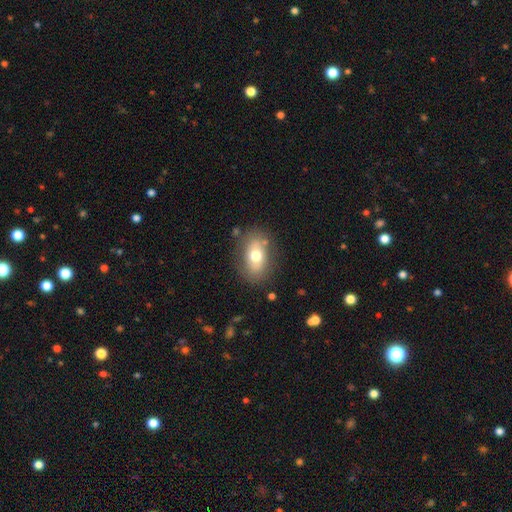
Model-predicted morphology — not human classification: type=smooth (64%); roundness=in between (83%); merging=none (76%).